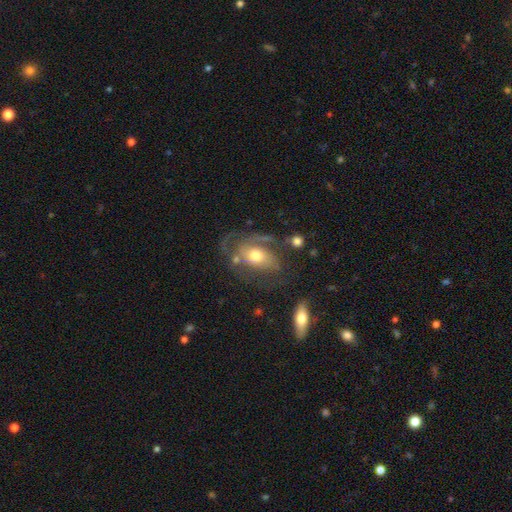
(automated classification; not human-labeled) This appears to be a featured or disk galaxy (70%) with no bar (70%), 2 (41%) medium (43%) spiral arms (80%) and a moderate central bulge (66%). Merging: none (45%).